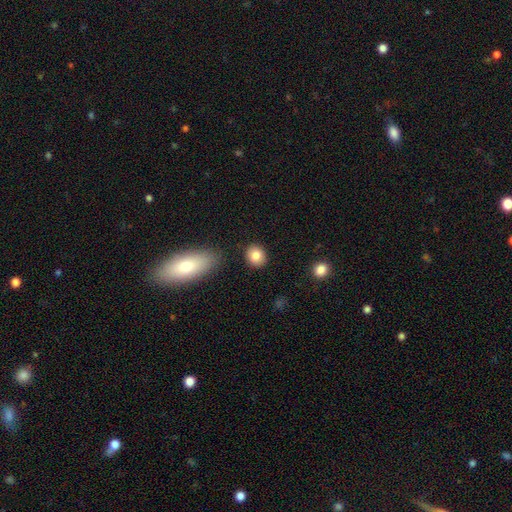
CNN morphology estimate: Smooth or featured: smooth — 83% (star or artifact — 9%)
How rounded: round — 69% (in between — 29%)
Merging: none — 87% (minor disturbance — 8%)